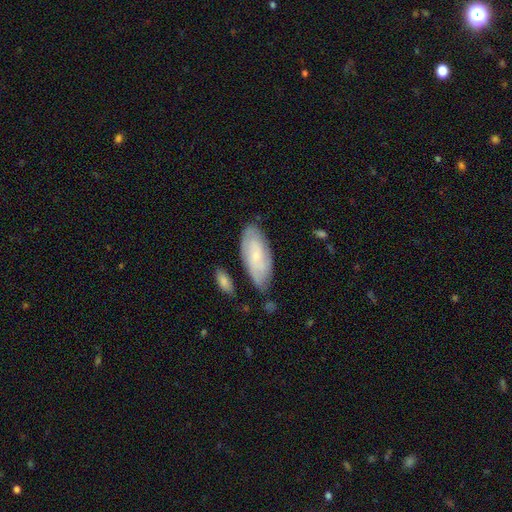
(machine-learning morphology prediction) A featured or disk galaxy (50%).

Vote fractions:
- Smooth or featured? featured or disk: 50% / smooth: 43% / star or artifact: 7%
- Merging? none: 70% / minor disturbance: 21% / merger: 5% / major disturbance: 5%